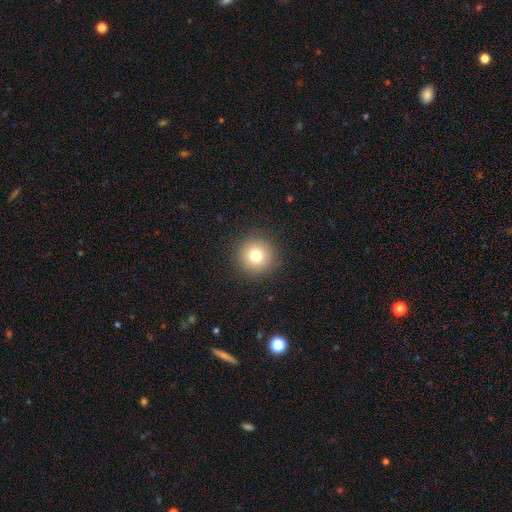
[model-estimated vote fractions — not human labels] smooth_or_featured: smooth (p=0.77) [alt: star or artifact p=0.12]
how_rounded: round (p=0.95) [alt: in between p=0.04]
merging: none (p=0.91) [alt: minor disturbance p=0.05]